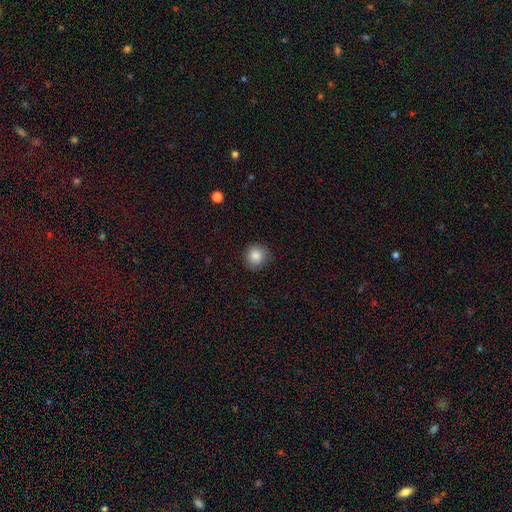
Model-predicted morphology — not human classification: Overall: smooth (85%). How rounded: round (91%). Merging: none (86%).